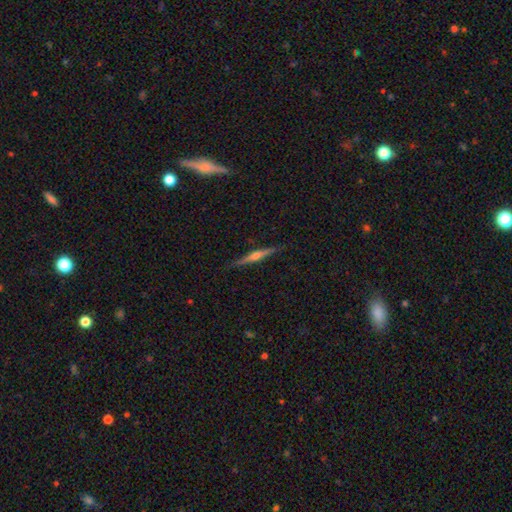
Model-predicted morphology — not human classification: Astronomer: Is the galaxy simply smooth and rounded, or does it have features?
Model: featured or disk — 74%.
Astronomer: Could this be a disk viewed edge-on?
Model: yes — 98%.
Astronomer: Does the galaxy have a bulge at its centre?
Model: rounded — 86%.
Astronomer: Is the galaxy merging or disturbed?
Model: none — 89%.